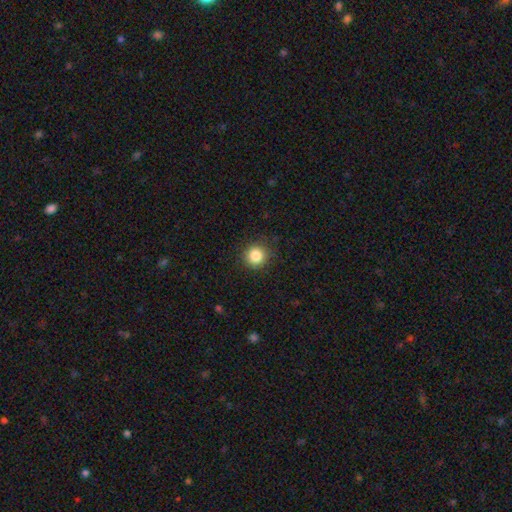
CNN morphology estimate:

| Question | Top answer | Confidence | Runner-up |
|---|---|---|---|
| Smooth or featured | smooth | 85% | star or artifact (10%) |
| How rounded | round | 94% | in between (5%) |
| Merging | none | 90% | minor disturbance (7%) |